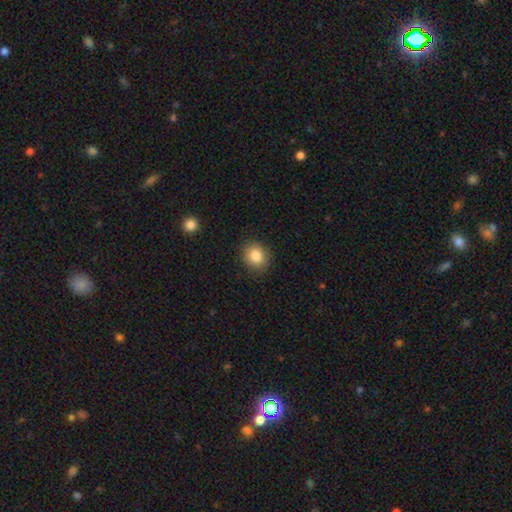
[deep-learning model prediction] This appears to be a smooth galaxy with no disk features (85%) that is round (73%). Merging: none (88%).